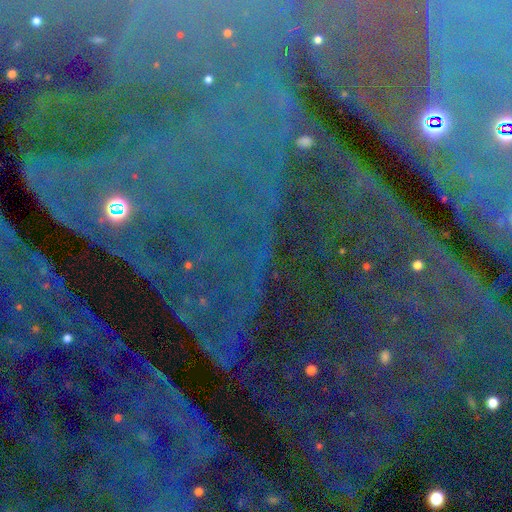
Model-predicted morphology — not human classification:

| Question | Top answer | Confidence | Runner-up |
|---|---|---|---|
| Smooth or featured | star or artifact | 86% | featured or disk (7%) |